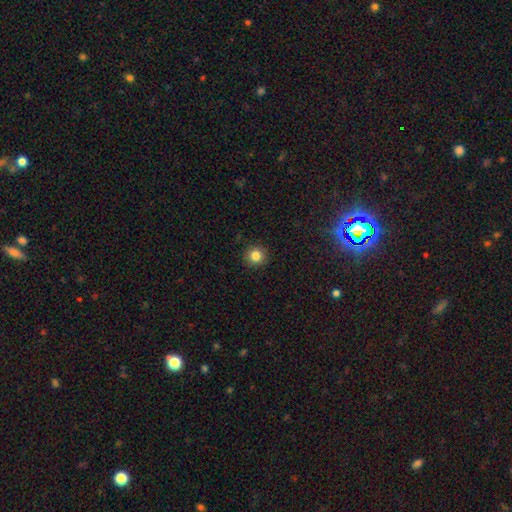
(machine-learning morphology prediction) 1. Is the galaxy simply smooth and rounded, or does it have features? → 83% smooth, 12% star or artifact, 5% featured or disk.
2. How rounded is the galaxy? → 94% round, 5% in between, 1% cigar-shaped.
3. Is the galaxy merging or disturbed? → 92% none, 5% minor disturbance, 2% major disturbance, 1% merger.